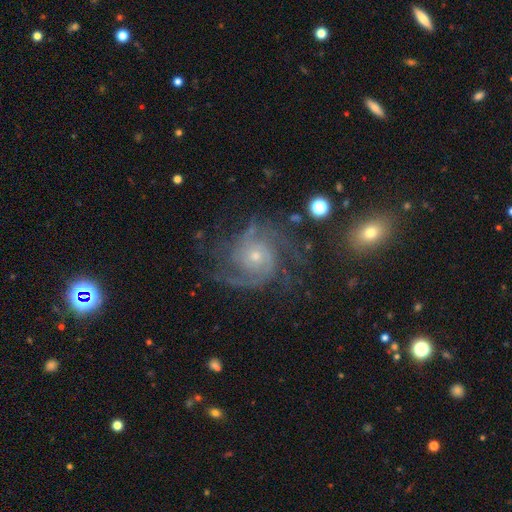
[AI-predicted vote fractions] This is clearly a featured or disk galaxy (88%). It is clearly not viewed edge-on (98%). Bar: likely no (74%). Spiral arm pattern: clearly yes (97%). Spiral arm count: marginally 2 (44%). Spiral winding: possibly tight (45%). Central bulge: likely small (62%). Merging: likely none (69%).